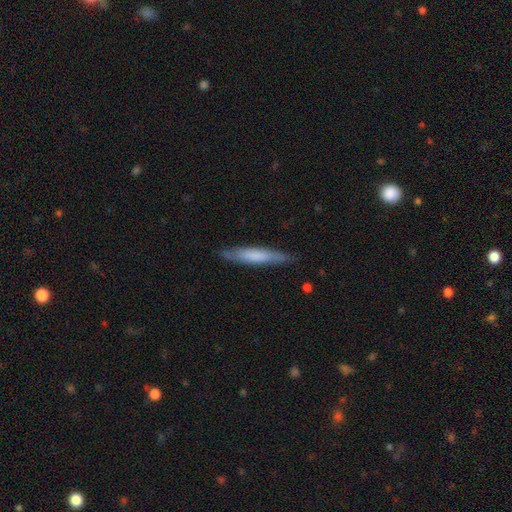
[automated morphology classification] This appears to be a smooth galaxy with no disk features (64%) that is cigar-shaped (91%). Merging: none (84%).